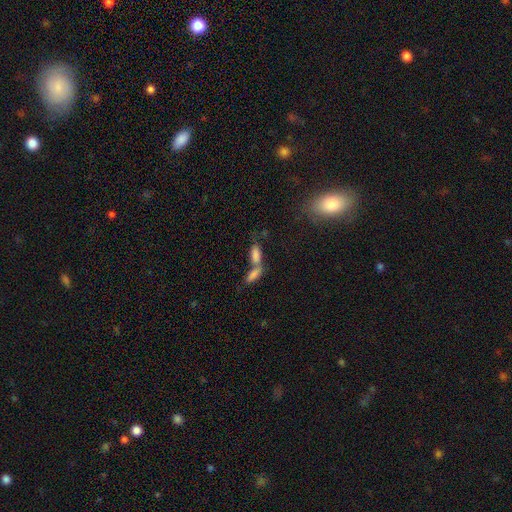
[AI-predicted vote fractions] smooth-or-featured: smooth: 79% | featured or disk: 12% | star or artifact: 10%
  how-rounded: in between: 77% | cigar-shaped: 20% | round: 3%
  merging: merger: 63% | none: 26% | minor disturbance: 7% | major disturbance: 4%